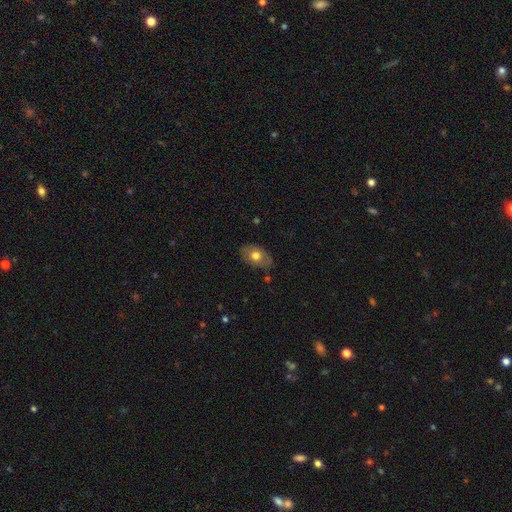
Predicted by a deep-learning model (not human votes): Q: Smooth or featured?
A: smooth (67%); runner-up: featured or disk (26%)
Q: How rounded?
A: in between (87%); runner-up: round (12%)
Q: Merging?
A: none (79%); runner-up: minor disturbance (16%)